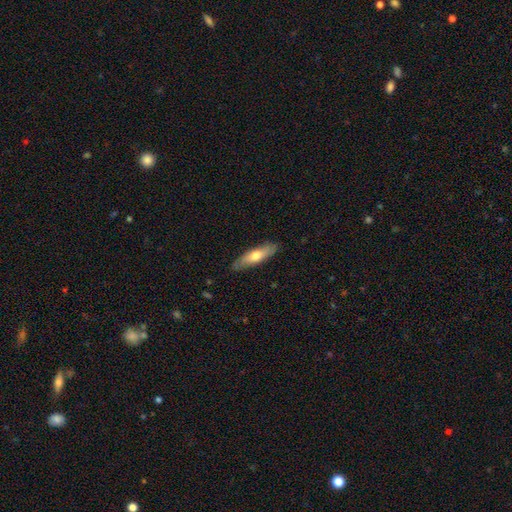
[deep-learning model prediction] Morphology: type=smooth (59%); roundness=cigar-shaped (62%); merging=none (83%).